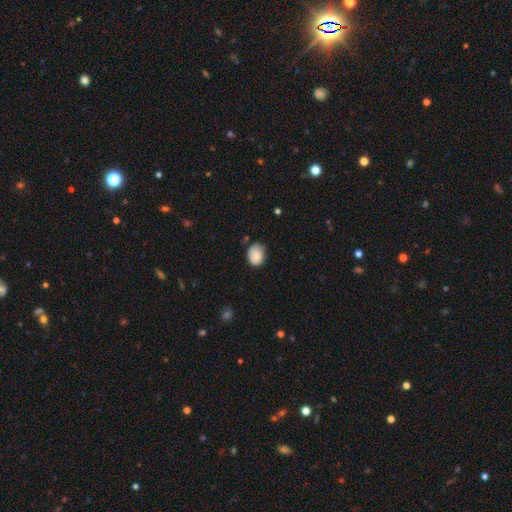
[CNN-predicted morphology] A smooth galaxy with no disk features (83%) that is in between round and cigar-shaped (59%).

Vote fractions:
- Smooth or featured? smooth: 83% / featured or disk: 10% / star or artifact: 8%
- How rounded? in between: 59% / round: 40% / cigar-shaped: 1%
- Merging? none: 63% / minor disturbance: 29% / major disturbance: 5% / merger: 2%